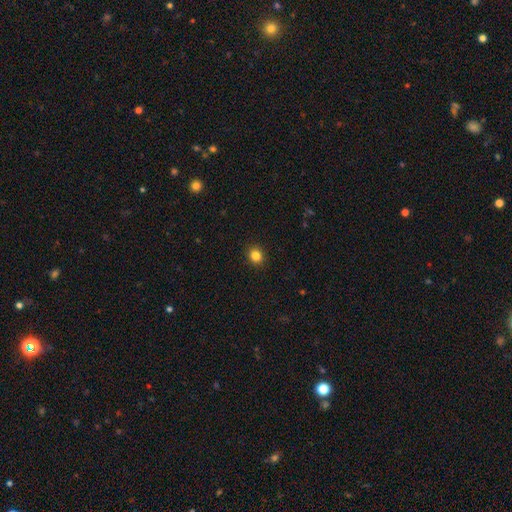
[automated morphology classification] Smooth or featured? Predicted: smooth (p=0.84). How rounded? Predicted: round (p=0.80). Merging? Predicted: none (p=0.92).